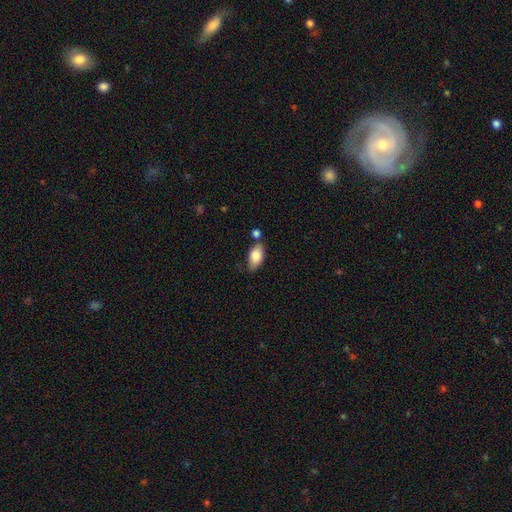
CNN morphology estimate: A smooth galaxy with no disk features (83%) that is in between round and cigar-shaped (92%).

Vote fractions:
- Smooth or featured? smooth: 83% / featured or disk: 11% / star or artifact: 7%
- How rounded? in between: 92% / round: 4% / cigar-shaped: 4%
- Merging? none: 64% / minor disturbance: 19% / merger: 13% / major disturbance: 4%